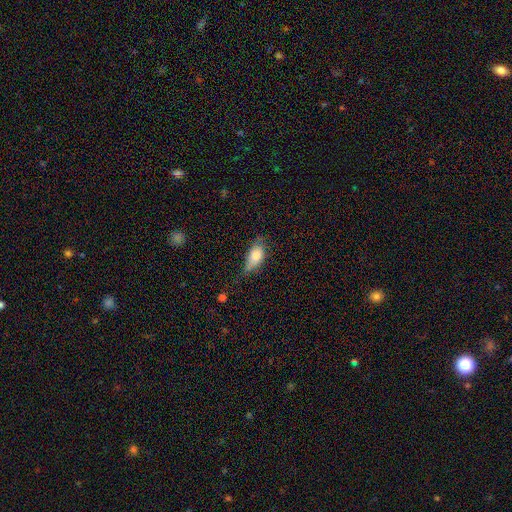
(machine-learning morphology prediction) A smooth galaxy with no disk features (77%) that is in between round and cigar-shaped (88%). Merging: none (42%).